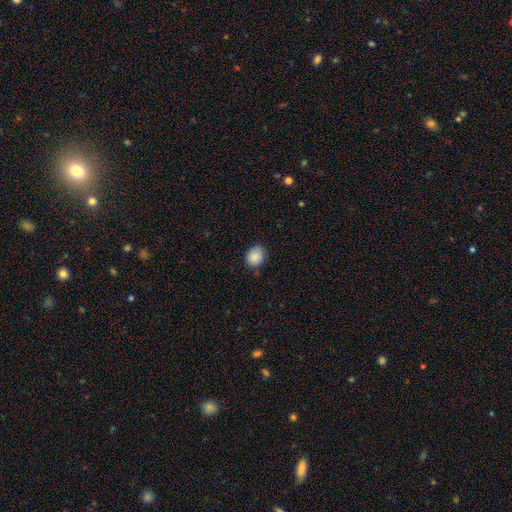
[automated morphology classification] The model was most divided on "how rounded": round: 63%, in between: 36%, cigar-shaped: 1%. More confident: smooth or featured — smooth (88%); merging — none (78%).